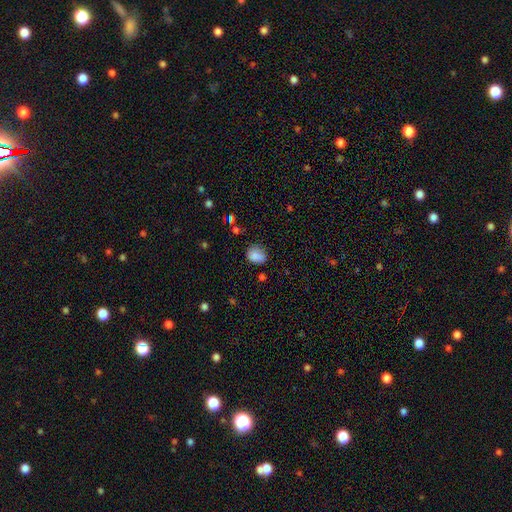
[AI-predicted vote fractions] Smooth or featured?
  - smooth: 83% *
  - star or artifact: 10%
  - featured or disk: 7%
How rounded?
  - round: 52% *
  - in between: 47%
  - cigar-shaped: 1%
Merging?
  - none: 60% *
  - minor disturbance: 27%
  - major disturbance: 8%
  - merger: 4%